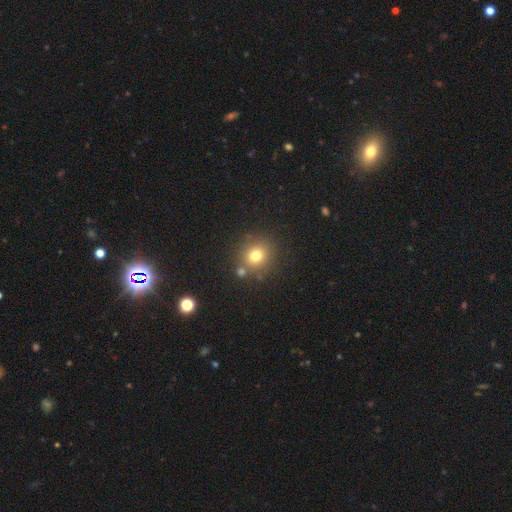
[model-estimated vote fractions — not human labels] Overall: smooth (75%). How rounded: round (86%). Merging: none (76%).